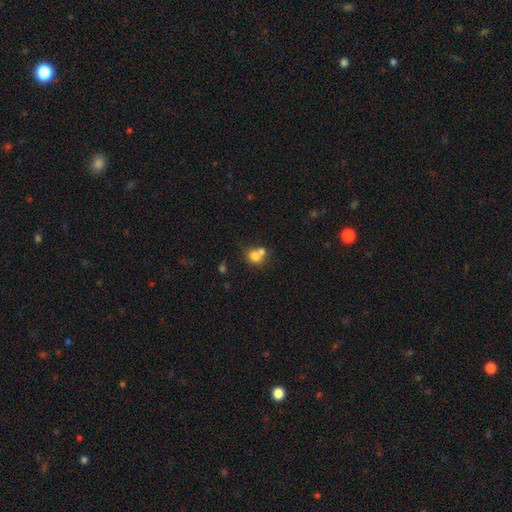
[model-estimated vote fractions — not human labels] Q: Smooth or featured?
A: smooth (75%); runner-up: featured or disk (13%)
Q: How rounded?
A: round (75%); runner-up: in between (24%)
Q: Merging?
A: merger (48%); runner-up: none (40%)